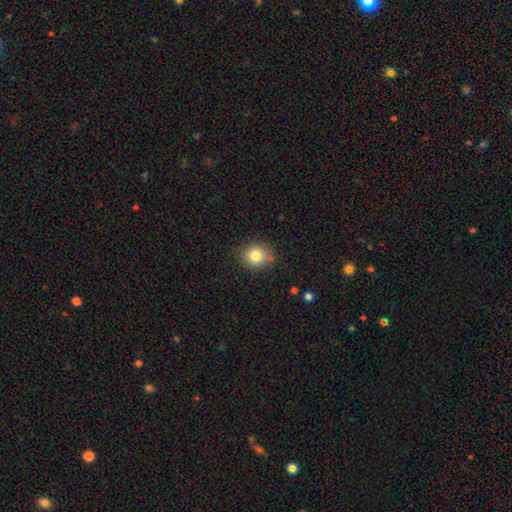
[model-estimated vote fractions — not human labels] A smooth galaxy with no disk features (81%) that is round (82%).

Vote fractions:
- Smooth or featured? smooth: 81% / star or artifact: 11% / featured or disk: 8%
- How rounded? round: 82% / in between: 17% / cigar-shaped: 1%
- Merging? none: 81% / minor disturbance: 13% / major disturbance: 3% / merger: 3%